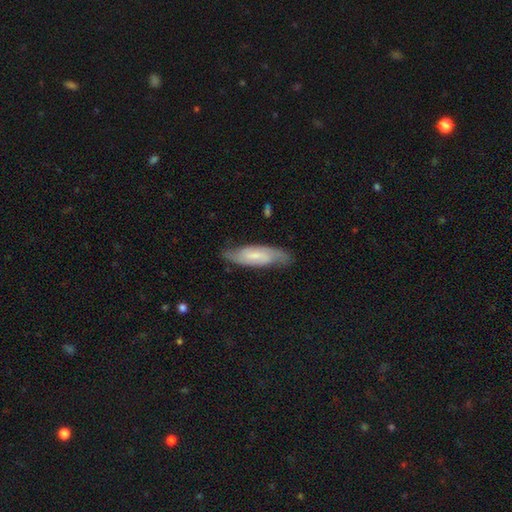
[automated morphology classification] The model was most divided on "bar": weak: 45%, no: 39%, strong: 16%. More confident: spiral arms — yes (91%); edge-on disk — no (83%); merging — none (78%); smooth or featured — featured or disk (62%); bulge size — small (52%).